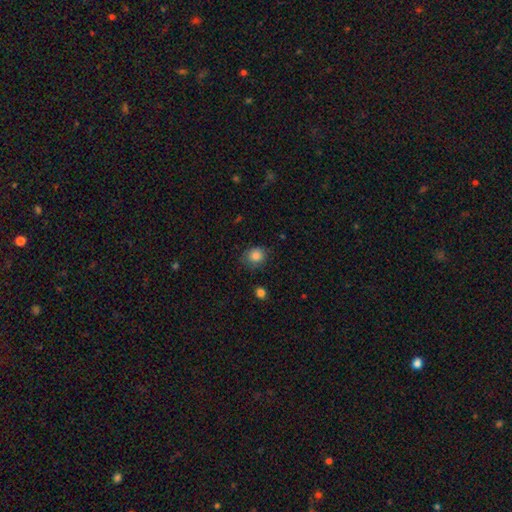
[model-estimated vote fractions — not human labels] Overall: smooth (85%). How rounded: round (65%; in between 34%). Merging: none (70%).